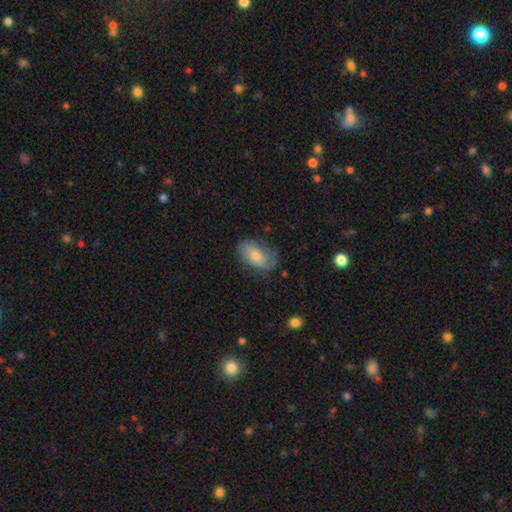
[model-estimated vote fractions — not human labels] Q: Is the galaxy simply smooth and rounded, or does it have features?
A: smooth — 65%.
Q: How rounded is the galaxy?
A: in between — 91%.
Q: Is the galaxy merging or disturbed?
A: none — 63%.